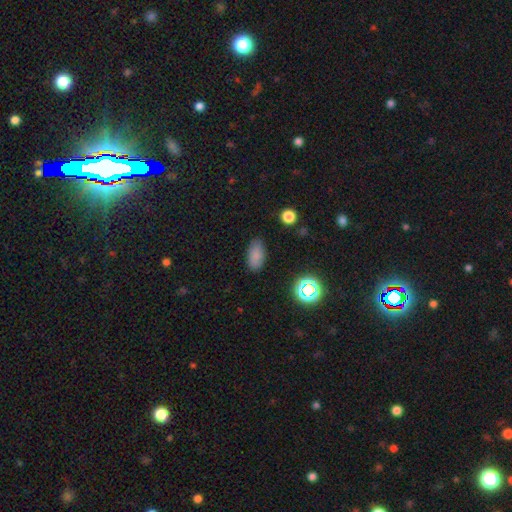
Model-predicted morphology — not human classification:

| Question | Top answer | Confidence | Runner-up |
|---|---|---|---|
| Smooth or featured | smooth | 81% | star or artifact (13%) |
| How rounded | in between | 91% | round (5%) |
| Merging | none | 82% | minor disturbance (13%) |